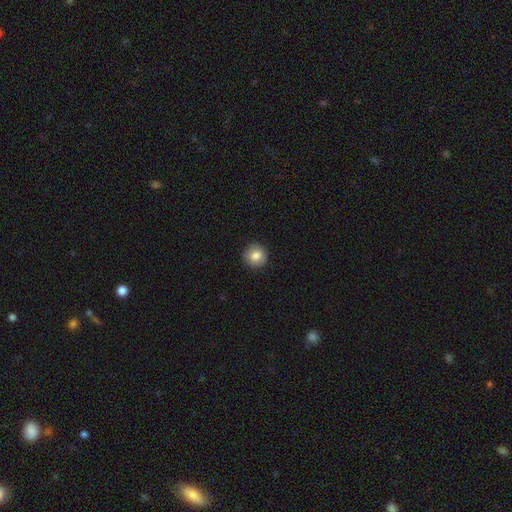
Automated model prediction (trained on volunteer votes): Morphology: type=smooth (83%); roundness=round (93%); merging=none (91%).